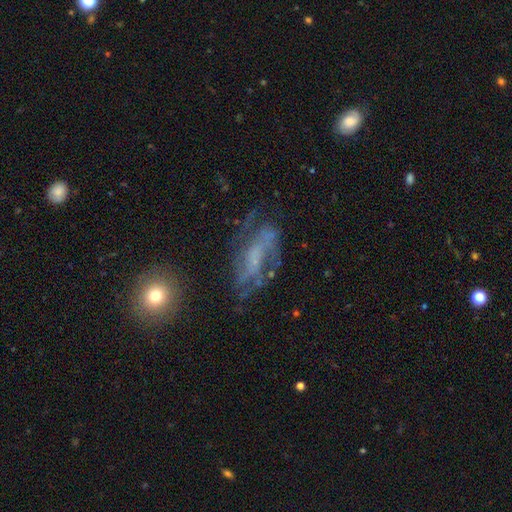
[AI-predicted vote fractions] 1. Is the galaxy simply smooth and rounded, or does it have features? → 71% featured or disk, 17% smooth, 13% star or artifact.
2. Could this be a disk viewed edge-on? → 90% no, 10% yes.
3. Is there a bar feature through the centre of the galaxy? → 51% no, 35% weak, 14% strong.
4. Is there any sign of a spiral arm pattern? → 76% yes, 24% no.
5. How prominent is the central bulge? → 41% none, 36% small, 18% moderate, 3% large, 1% dominant.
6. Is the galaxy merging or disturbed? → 54% none, 22% minor disturbance, 20% major disturbance, 3% merger.